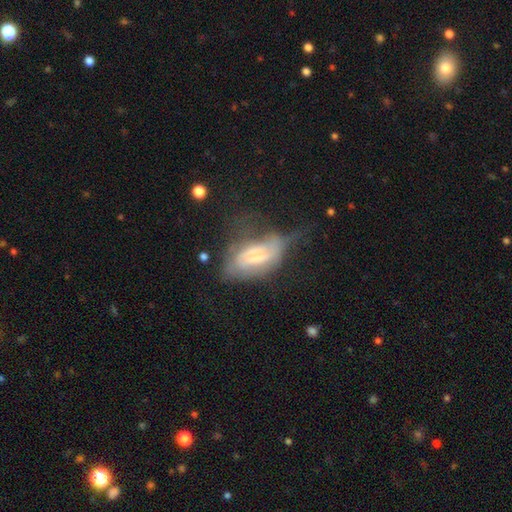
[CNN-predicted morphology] Smooth or featured?
  - featured or disk: 50% *
  - smooth: 40%
  - star or artifact: 9%
Edge-on disk?
  - no: 85% *
  - yes: 15%
Merging?
  - major disturbance: 43% *
  - minor disturbance: 29%
  - none: 24%
  - merger: 5%